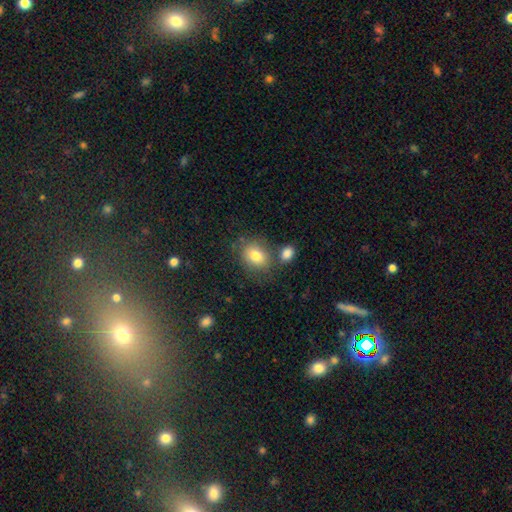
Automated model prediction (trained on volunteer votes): smooth 80%, featured or disk 11%, star or artifact 9%. Down the decision tree: how rounded — in between (57%); merging — none (64%).